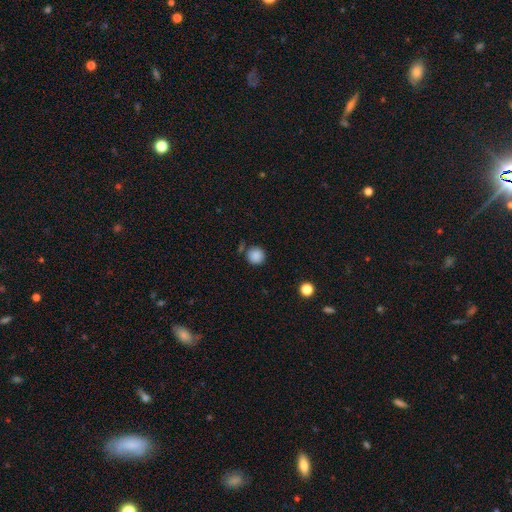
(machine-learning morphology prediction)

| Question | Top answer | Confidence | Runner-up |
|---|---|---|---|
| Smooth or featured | smooth | 87% | star or artifact (10%) |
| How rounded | round | 95% | in between (4%) |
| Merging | none | 80% | minor disturbance (10%) |